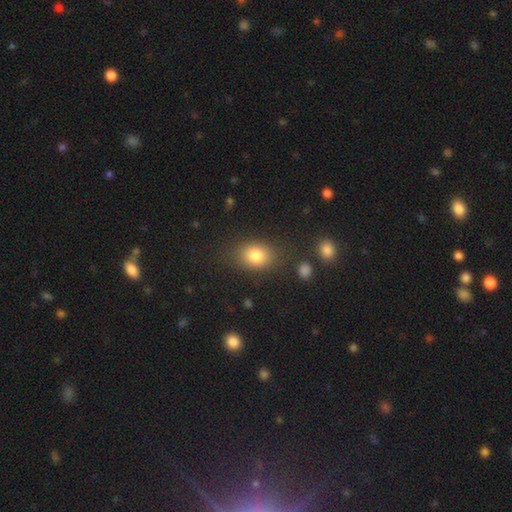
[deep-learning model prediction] Overall: smooth (82%). How rounded: in between (60%; round 39%). Merging: none (80%).